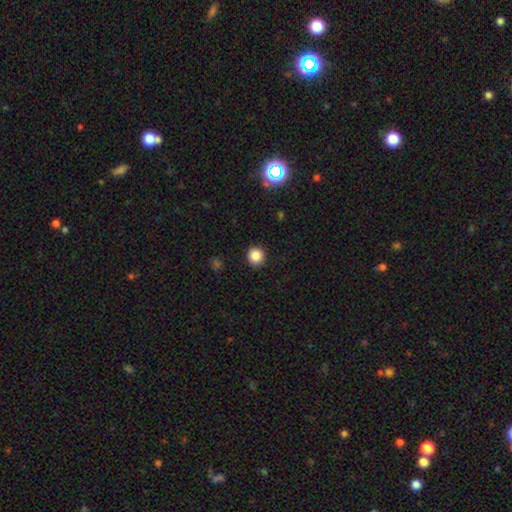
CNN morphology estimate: Smooth or featured?
  - smooth: 86% *
  - star or artifact: 11%
  - featured or disk: 3%
How rounded?
  - round: 93% *
  - in between: 6%
  - cigar-shaped: 1%
Merging?
  - none: 91% *
  - minor disturbance: 6%
  - major disturbance: 2%
  - merger: 1%